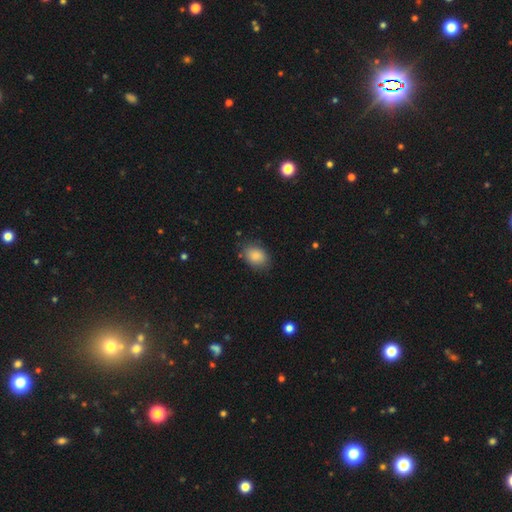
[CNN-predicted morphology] smooth_or_featured: smooth (p=0.87) [alt: star or artifact p=0.08]
how_rounded: in between (p=0.73) [alt: round p=0.26]
merging: none (p=0.81) [alt: minor disturbance p=0.14]